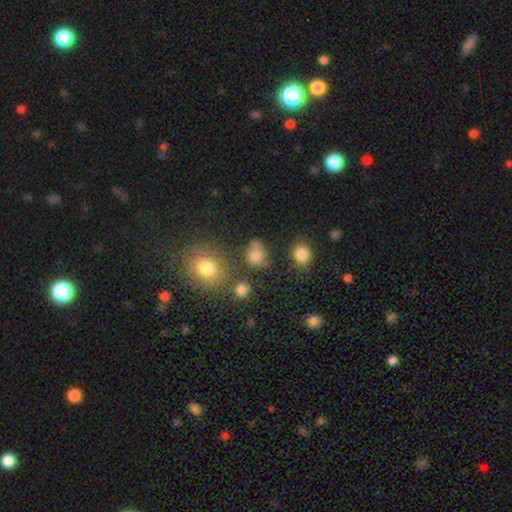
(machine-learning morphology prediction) smooth-or-featured: smooth: 75% | star or artifact: 16% | featured or disk: 9%
  how-rounded: round: 71% | in between: 28% | cigar-shaped: 1%
  merging: none: 59% | minor disturbance: 17% | merger: 15% | major disturbance: 8%